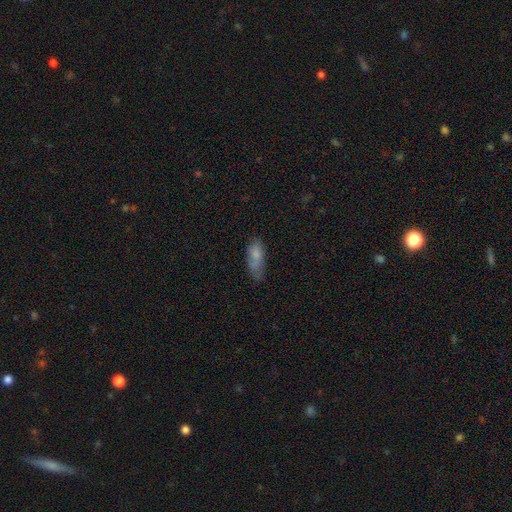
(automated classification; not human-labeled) The model was most divided on "merging": none: 43%, minor disturbance: 35%, major disturbance: 17%, merger: 6%. More confident: how rounded — in between (78%); smooth or featured — smooth (77%).